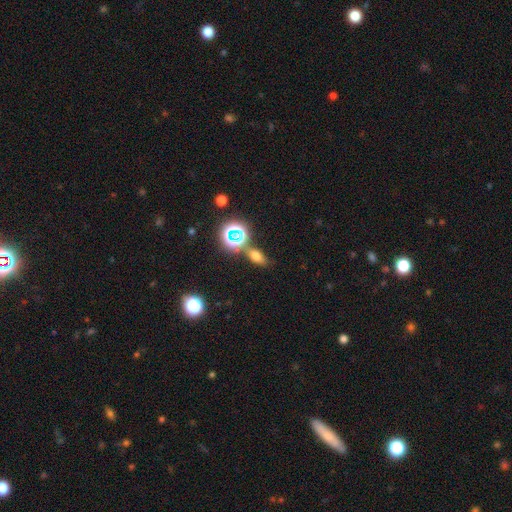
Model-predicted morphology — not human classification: smooth_or_featured: smooth (p=0.61) [alt: star or artifact p=0.27]
how_rounded: in between (p=0.74) [alt: round p=0.19]
merging: none (p=0.73) [alt: minor disturbance p=0.12]